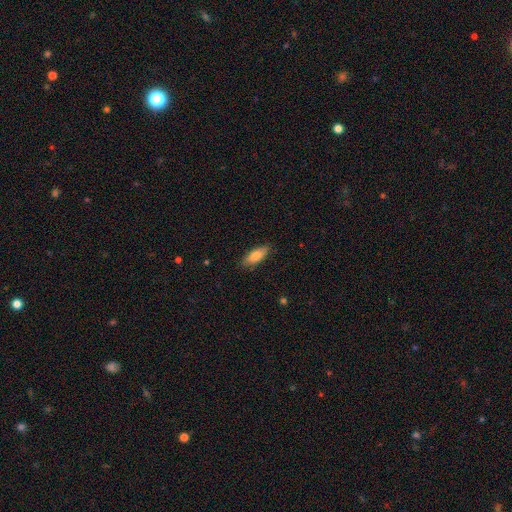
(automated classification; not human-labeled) Smooth or featured?
  - smooth: 80% *
  - featured or disk: 13%
  - star or artifact: 6%
How rounded?
  - in between: 70% *
  - cigar-shaped: 28%
  - round: 2%
Merging?
  - none: 86% *
  - minor disturbance: 11%
  - major disturbance: 2%
  - merger: 1%